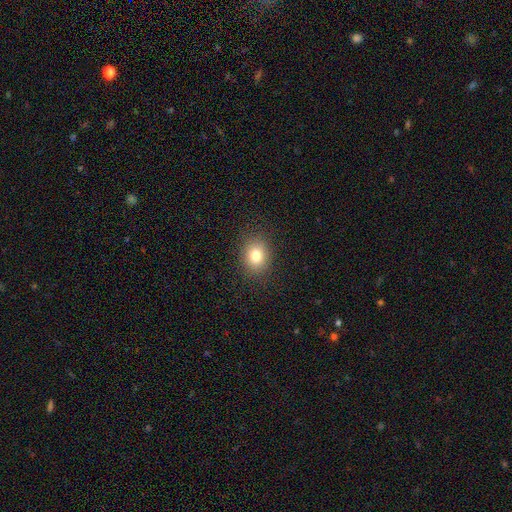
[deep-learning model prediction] Smooth or featured? smooth (80%)
How rounded? round (55%)
Merging? none (88%)